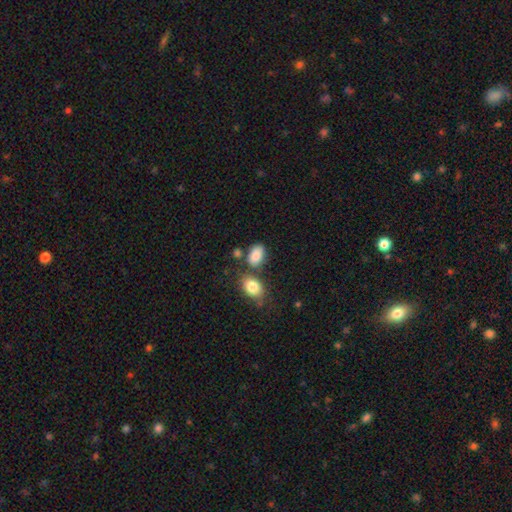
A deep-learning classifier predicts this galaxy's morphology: Overall: smooth (86%). How rounded: in between (88%). Merging: none (59%; merger 20%).